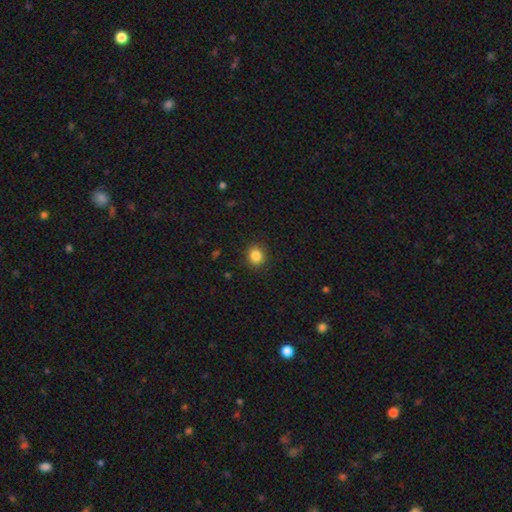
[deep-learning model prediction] This appears to be a smooth galaxy with no disk features (85%) that is round (80%). Merging: none (90%).